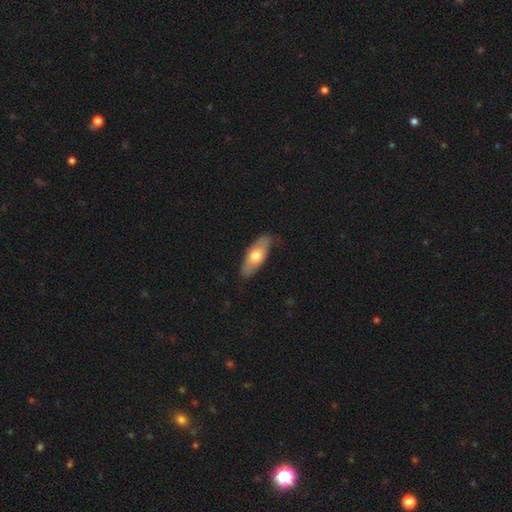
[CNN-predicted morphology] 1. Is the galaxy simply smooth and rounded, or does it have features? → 61% smooth, 34% featured or disk, 5% star or artifact.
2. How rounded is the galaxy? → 78% in between, 19% cigar-shaped, 3% round.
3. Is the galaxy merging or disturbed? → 79% none, 17% minor disturbance, 3% major disturbance, 1% merger.